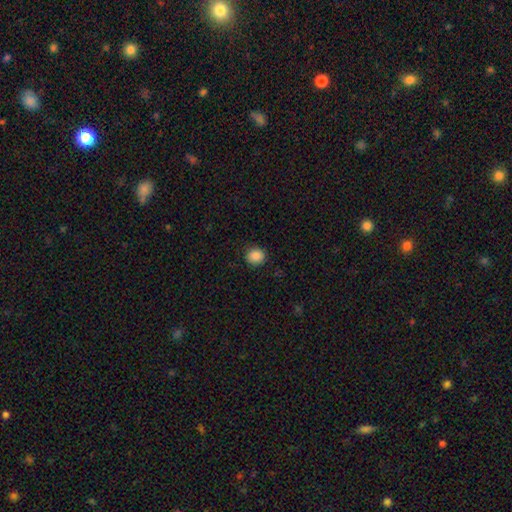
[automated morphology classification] smooth-or-featured: smooth: 87% | star or artifact: 10% | featured or disk: 3%
  how-rounded: round: 80% | in between: 19% | cigar-shaped: 1%
  merging: none: 89% | minor disturbance: 8% | major disturbance: 2% | merger: 1%